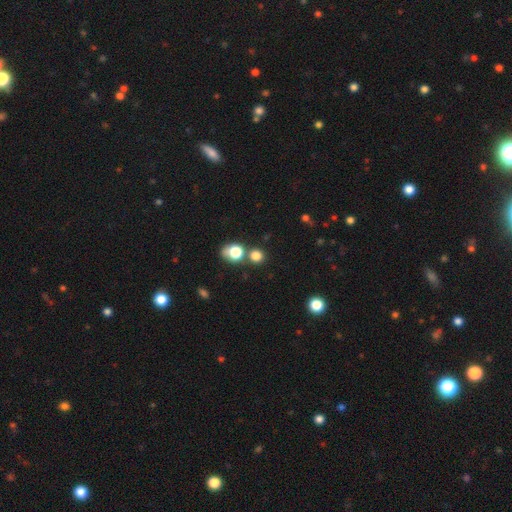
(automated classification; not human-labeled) Morphology: type=smooth (77%); roundness=round (88%); merging=none (69%).